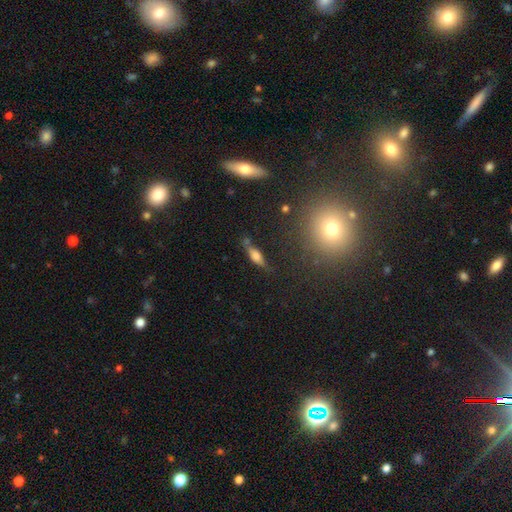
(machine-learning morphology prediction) The model was most divided on "how rounded": cigar-shaped: 51%, in between: 44%, round: 4%. More confident: merging — none (64%); smooth or featured — smooth (51%).